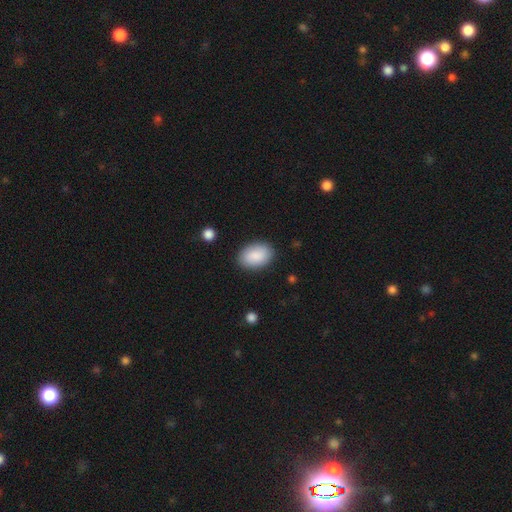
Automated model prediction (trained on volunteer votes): smooth 87%, featured or disk 7%, star or artifact 6%. Down the decision tree: how rounded — in between (88%); merging — none (87%).